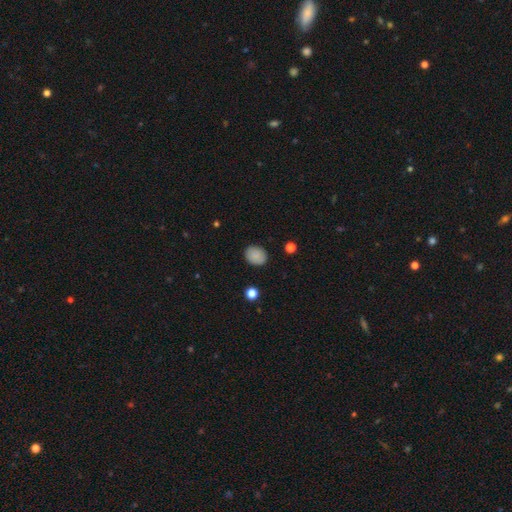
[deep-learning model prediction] Q: Smooth or featured?
A: smooth (86%); runner-up: star or artifact (9%)
Q: How rounded?
A: round (57%); runner-up: in between (42%)
Q: Merging?
A: none (86%); runner-up: minor disturbance (10%)